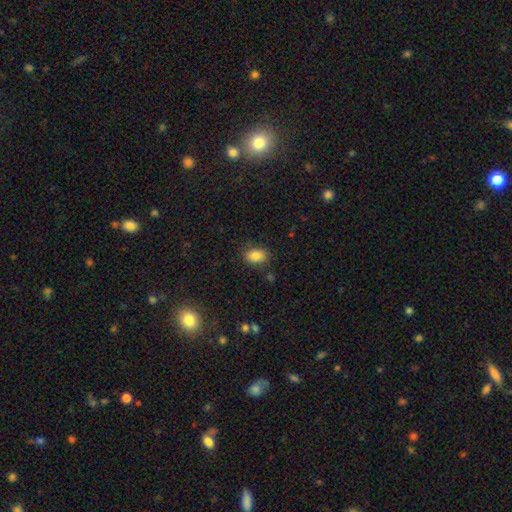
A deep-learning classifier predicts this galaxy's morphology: smooth 82%, star or artifact 9%, featured or disk 9%. Down the decision tree: how rounded — in between (82%); merging — none (83%).